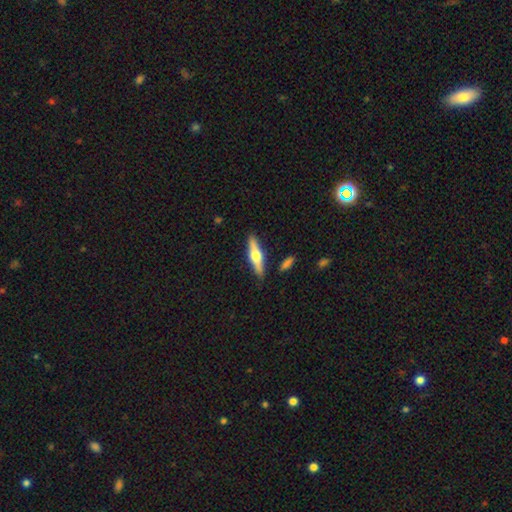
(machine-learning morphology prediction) featured or disk 56%, smooth 38%, star or artifact 5%. Down the decision tree: edge-on disk — yes (95%); edge-on bulge — rounded (94%); merging — none (87%).